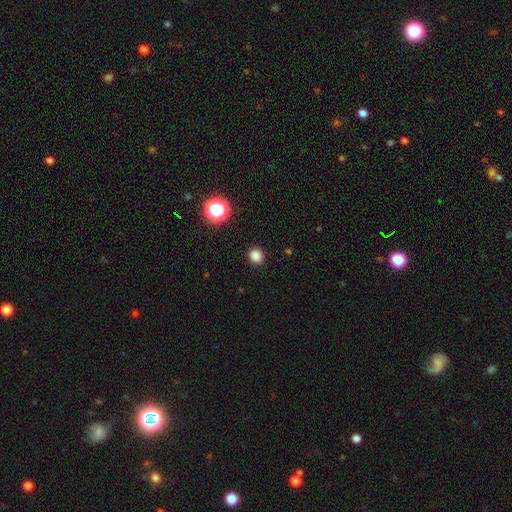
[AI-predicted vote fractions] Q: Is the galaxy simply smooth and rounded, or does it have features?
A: smooth — 83%.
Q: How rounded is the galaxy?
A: round — 87%.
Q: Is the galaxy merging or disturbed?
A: none — 91%.